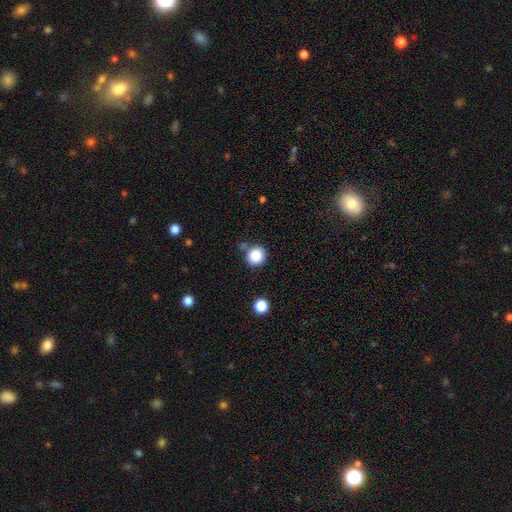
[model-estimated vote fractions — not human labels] Q: Smooth or featured?
A: smooth (86%); runner-up: star or artifact (10%)
Q: How rounded?
A: round (91%); runner-up: in between (8%)
Q: Merging?
A: none (79%); runner-up: minor disturbance (11%)